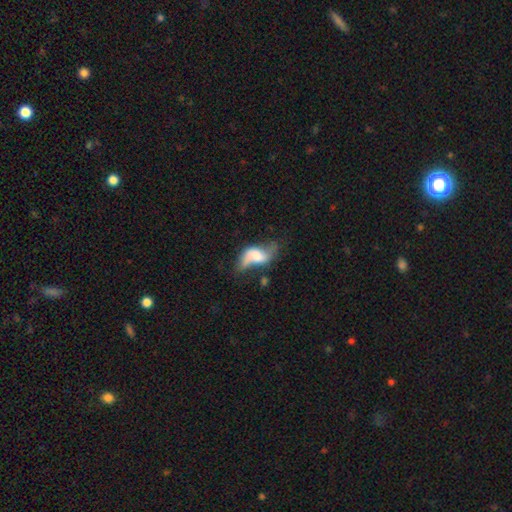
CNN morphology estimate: This appears to be a featured or disk galaxy (58%) with no bar (49%), spiral arms (77%) and a moderate central bulge (31%). Merging: none (35%).